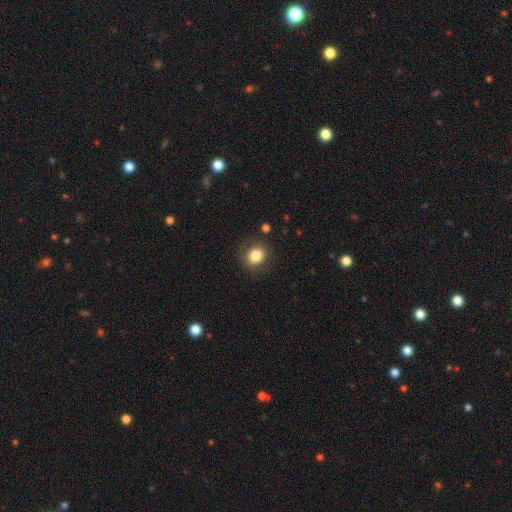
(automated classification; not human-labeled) A smooth galaxy with no disk features (83%) that is round (80%).

Vote fractions:
- Smooth or featured? smooth: 83% / star or artifact: 10% / featured or disk: 7%
- How rounded? round: 80% / in between: 19% / cigar-shaped: 1%
- Merging? none: 86% / minor disturbance: 9% / major disturbance: 3% / merger: 1%